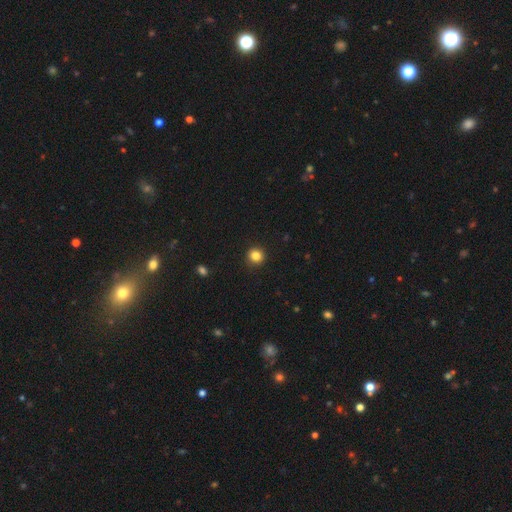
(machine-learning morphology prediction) A smooth galaxy with no disk features (84%) that is round (93%).

Vote fractions:
- Smooth or featured? smooth: 84% / star or artifact: 12% / featured or disk: 5%
- How rounded? round: 93% / in between: 6% / cigar-shaped: 1%
- Merging? none: 92% / minor disturbance: 6% / major disturbance: 2% / merger: 1%